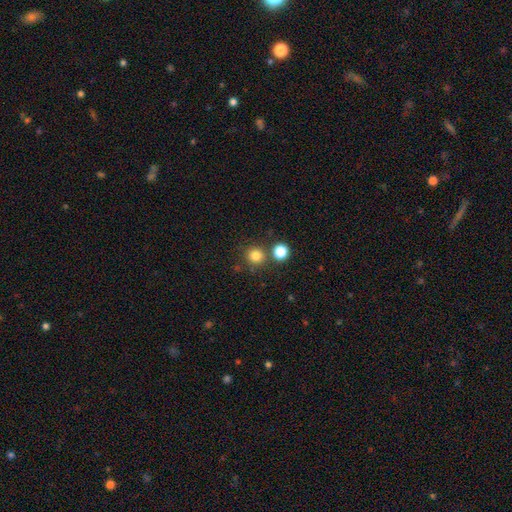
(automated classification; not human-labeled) Smooth or featured: smooth — 81% (star or artifact — 14%)
How rounded: round — 93% (in between — 7%)
Merging: none — 77% (merger — 13%)